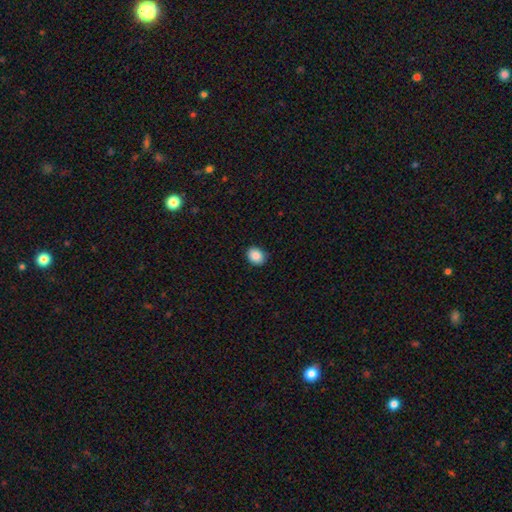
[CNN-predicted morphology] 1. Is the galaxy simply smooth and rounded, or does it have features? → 88% smooth, 8% star or artifact, 4% featured or disk.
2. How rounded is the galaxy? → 53% in between, 46% round, 1% cigar-shaped.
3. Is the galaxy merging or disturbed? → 85% none, 12% minor disturbance, 2% major disturbance, 1% merger.